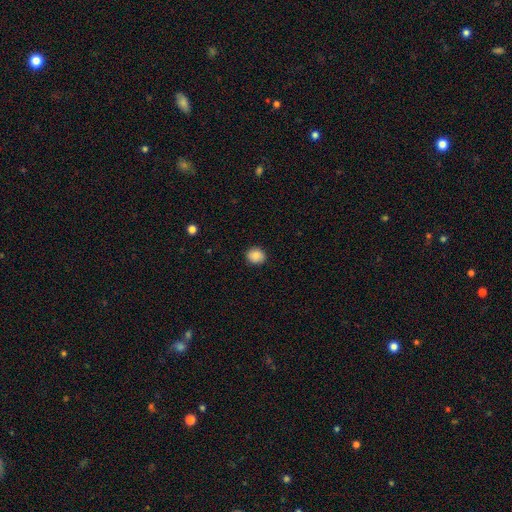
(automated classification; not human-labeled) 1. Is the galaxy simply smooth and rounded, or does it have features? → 88% smooth, 9% star or artifact, 4% featured or disk.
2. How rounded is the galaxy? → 80% round, 19% in between, 1% cigar-shaped.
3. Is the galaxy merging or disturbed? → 89% none, 8% minor disturbance, 2% major disturbance, 1% merger.